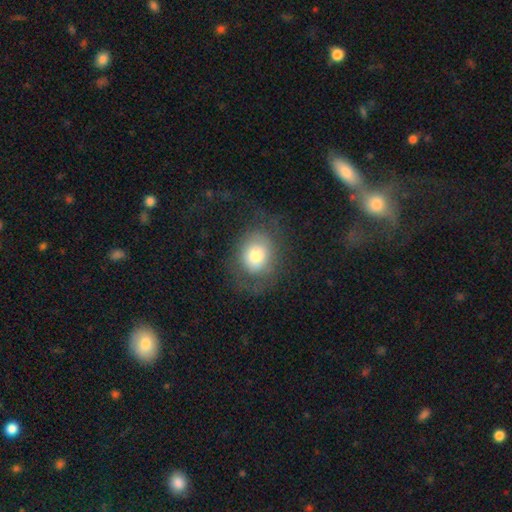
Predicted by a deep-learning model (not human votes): The model was most divided on "how rounded": round: 59%, in between: 40%, cigar-shaped: 1%. More confident: smooth or featured — smooth (68%); merging — none (61%).